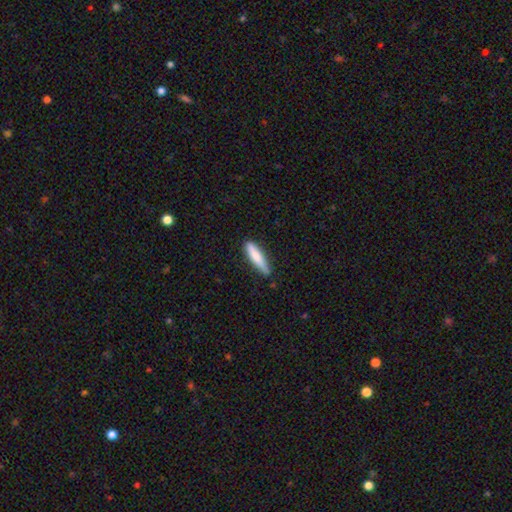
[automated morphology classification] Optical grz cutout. It shows a smooth galaxy with no disk features (78%) that is cigar-shaped (81%). Merging: none (78%).